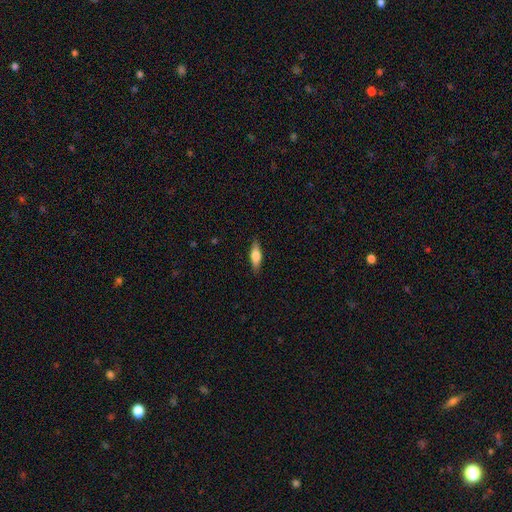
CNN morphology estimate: A smooth galaxy with no disk features (67%) that is in between round and cigar-shaped (54%). Merging: none (87%).